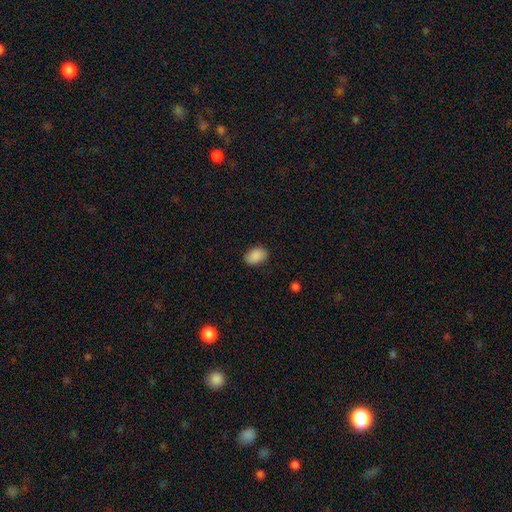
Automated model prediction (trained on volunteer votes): Smooth or featured: smooth — 89% (star or artifact — 7%)
How rounded: in between — 84% (round — 14%)
Merging: none — 86% (minor disturbance — 11%)